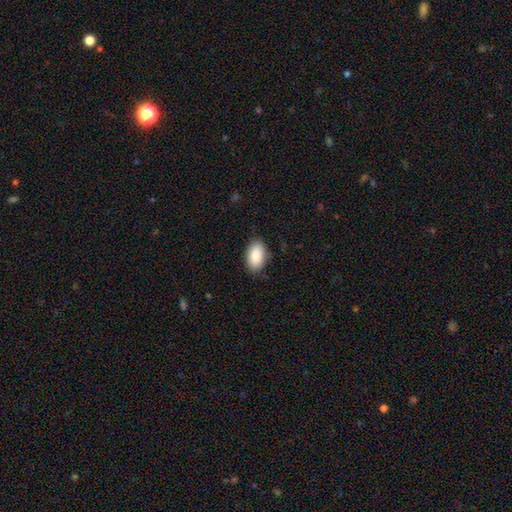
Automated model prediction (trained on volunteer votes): The model was most divided on "merging": none: 85%, minor disturbance: 11%, major disturbance: 3%, merger: 1%. More confident: how rounded — in between (94%); smooth or featured — smooth (89%).